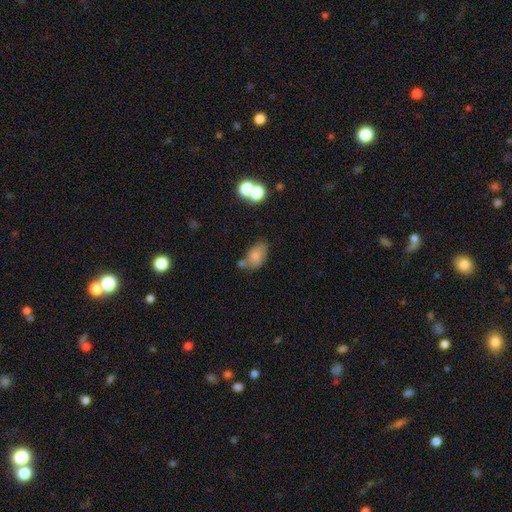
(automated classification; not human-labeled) Smooth or featured?
  - smooth: 72% *
  - featured or disk: 17%
  - star or artifact: 10%
How rounded?
  - in between: 85% *
  - round: 13%
  - cigar-shaped: 2%
Merging?
  - none: 45% *
  - minor disturbance: 25%
  - merger: 21%
  - major disturbance: 10%